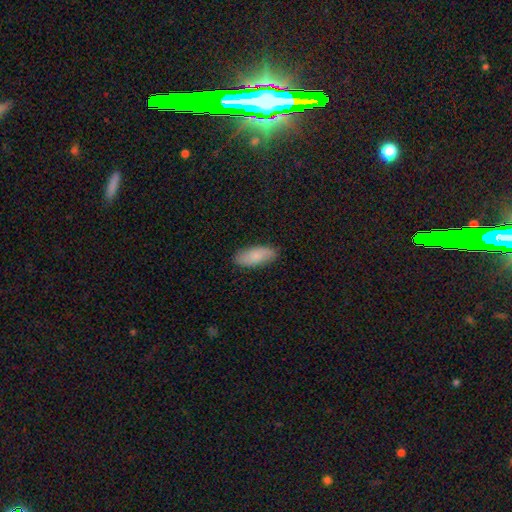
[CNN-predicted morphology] A smooth galaxy with no disk features (84%) that is in between round and cigar-shaped (78%).

Vote fractions:
- Smooth or featured? smooth: 84% / featured or disk: 10% / star or artifact: 6%
- How rounded? in between: 78% / cigar-shaped: 20% / round: 2%
- Merging? none: 87% / minor disturbance: 10% / major disturbance: 2% / merger: 1%